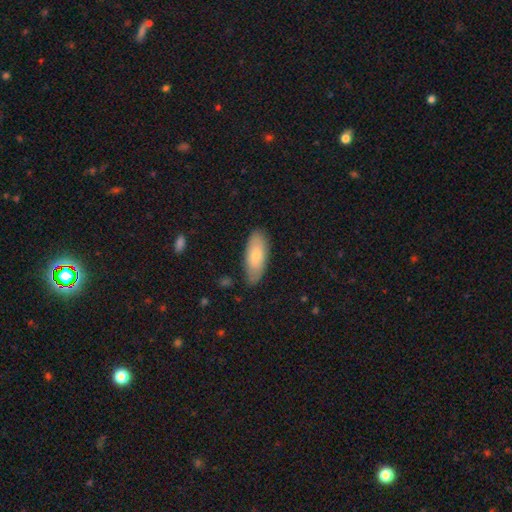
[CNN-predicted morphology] Smooth or featured?
  - smooth: 75% *
  - featured or disk: 20%
  - star or artifact: 6%
How rounded?
  - in between: 82% *
  - cigar-shaped: 16%
  - round: 2%
Merging?
  - none: 79% *
  - minor disturbance: 17%
  - major disturbance: 3%
  - merger: 1%